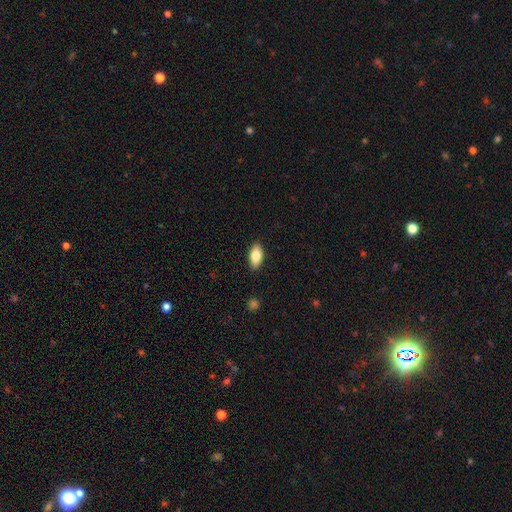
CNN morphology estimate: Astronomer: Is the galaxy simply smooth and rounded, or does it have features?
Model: smooth — 81%.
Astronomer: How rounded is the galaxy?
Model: in between — 90%.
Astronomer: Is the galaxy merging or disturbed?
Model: none — 89%.